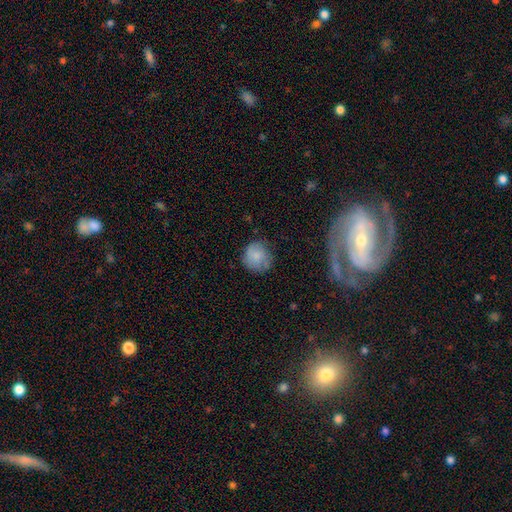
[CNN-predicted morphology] smooth 75%, featured or disk 17%, star or artifact 8%. Down the decision tree: how rounded — round (88%); merging — none (69%).